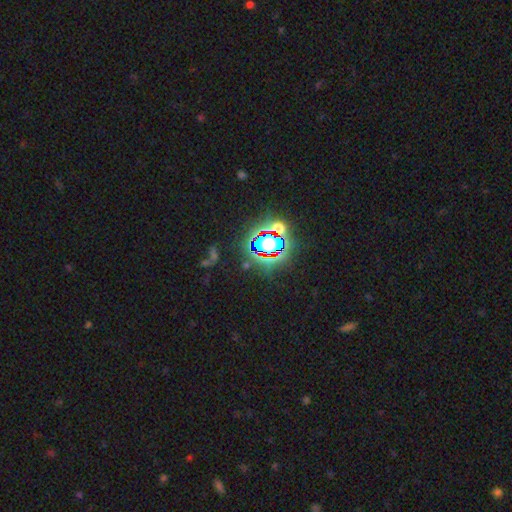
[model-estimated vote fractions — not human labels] Smooth or featured?
  - star or artifact: 81% *
  - smooth: 11%
  - featured or disk: 8%